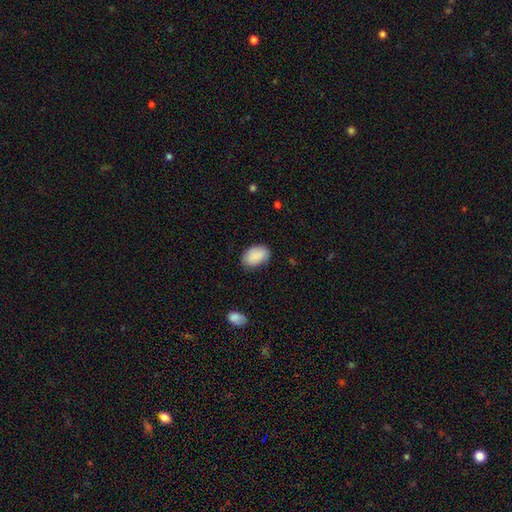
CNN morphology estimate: type=smooth (88%); roundness=in between (88%); merging=none (77%).